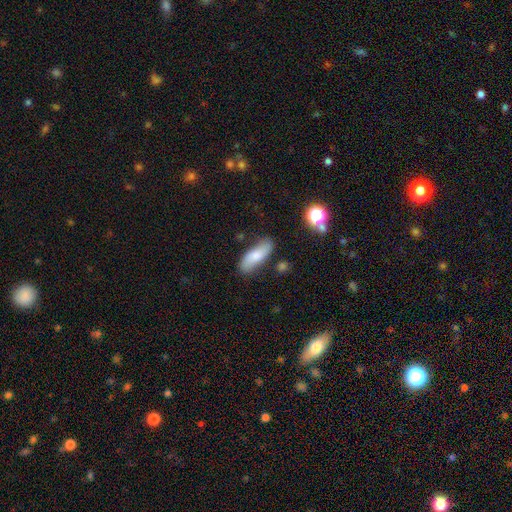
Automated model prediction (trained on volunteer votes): The model was most divided on "how rounded": in between: 59%, cigar-shaped: 38%, round: 3%. More confident: merging — none (75%); smooth or featured — smooth (70%).